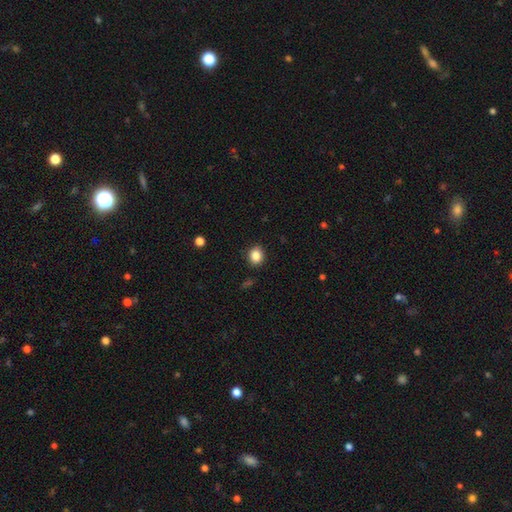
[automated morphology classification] Smooth or featured? smooth (85%)
How rounded? round (66%)
Merging? none (89%)